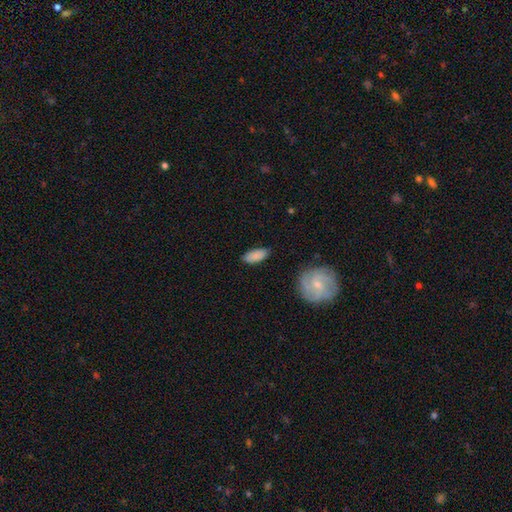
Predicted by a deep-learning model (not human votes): smooth-or-featured: smooth: 83% | featured or disk: 10% | star or artifact: 7%
  how-rounded: in between: 86% | cigar-shaped: 11% | round: 3%
  merging: none: 81% | minor disturbance: 14% | major disturbance: 3% | merger: 2%